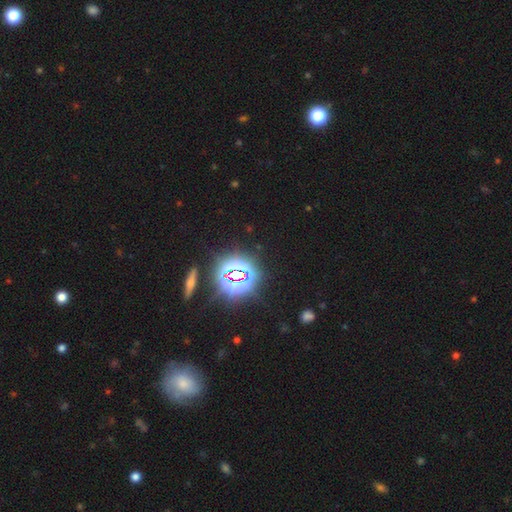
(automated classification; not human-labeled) A star or artifact, not a galaxy (79%).

Vote fractions:
- Smooth or featured? star or artifact: 79% / smooth: 14% / featured or disk: 7%